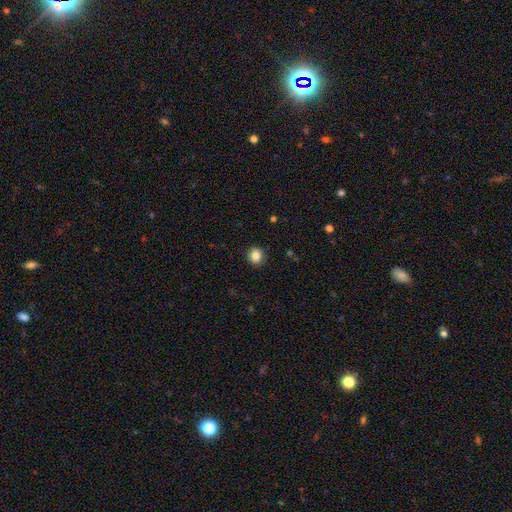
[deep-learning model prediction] A smooth galaxy with no disk features (85%) that is round (84%).

Vote fractions:
- Smooth or featured? smooth: 85% / star or artifact: 10% / featured or disk: 5%
- How rounded? round: 84% / in between: 15% / cigar-shaped: 1%
- Merging? none: 91% / minor disturbance: 6% / major disturbance: 2% / merger: 1%